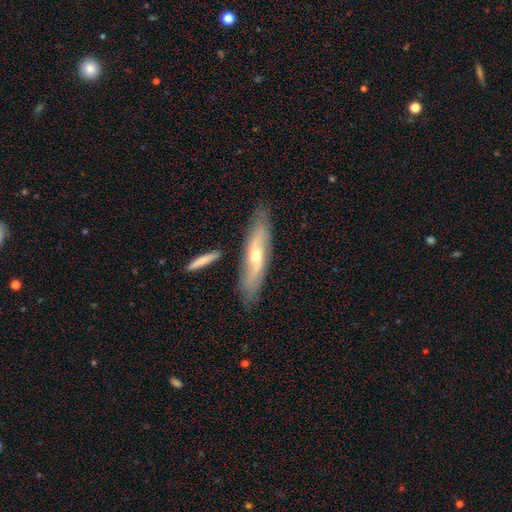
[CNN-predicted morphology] smooth-or-featured: featured or disk: 66% | smooth: 27% | star or artifact: 7%
  disk-edge-on: no: 55% | yes: 45%
  merging: none: 78% | minor disturbance: 14% | merger: 5% | major disturbance: 3%